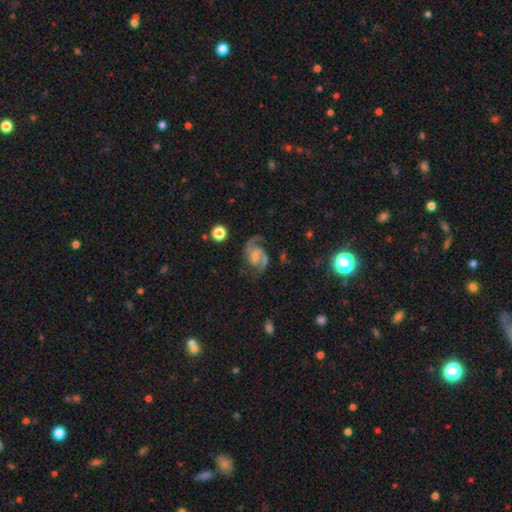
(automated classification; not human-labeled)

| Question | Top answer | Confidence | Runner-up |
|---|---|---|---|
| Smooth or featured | featured or disk | 86% | smooth (7%) |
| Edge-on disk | no | 98% | yes (2%) |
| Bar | weak | 46% | no (42%) |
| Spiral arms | yes | 97% | no (3%) |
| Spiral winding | medium | 59% | loose (21%) |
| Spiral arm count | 2 | 88% | can't tell (3%) |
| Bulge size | small | 40% | moderate (32%) |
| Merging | none | 68% | minor disturbance (17%) |